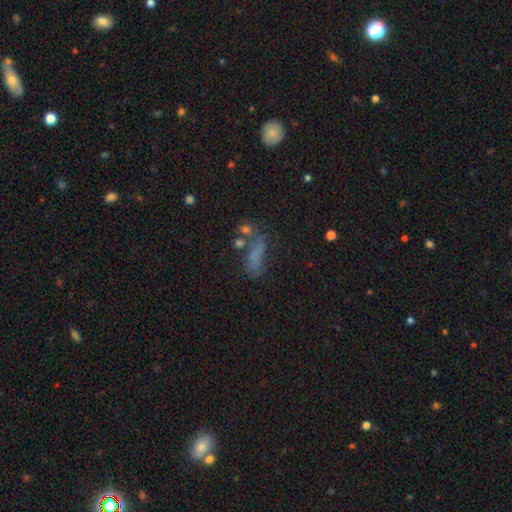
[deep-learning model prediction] Morphology: type=smooth (57%); roundness=in between (57%); merging=none (36%).